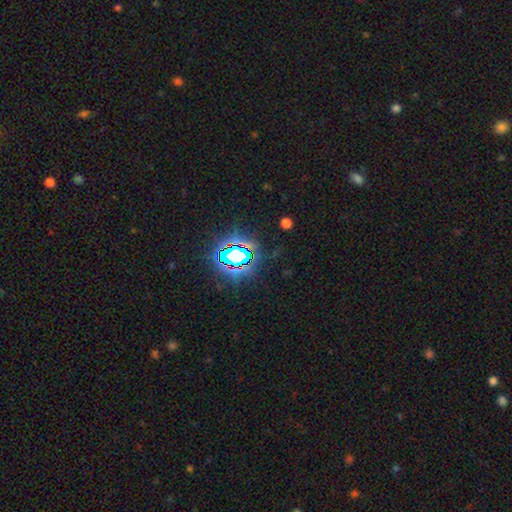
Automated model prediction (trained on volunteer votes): This is likely a star or artifact rather than a galaxy (78%).